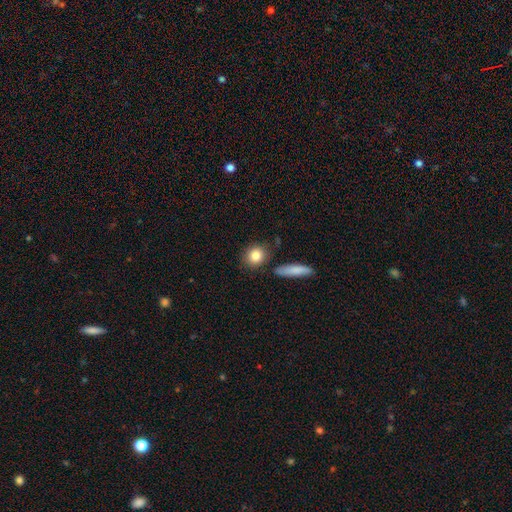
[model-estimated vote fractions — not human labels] Smooth or featured? smooth (83%)
How rounded? round (73%)
Merging? none (80%)